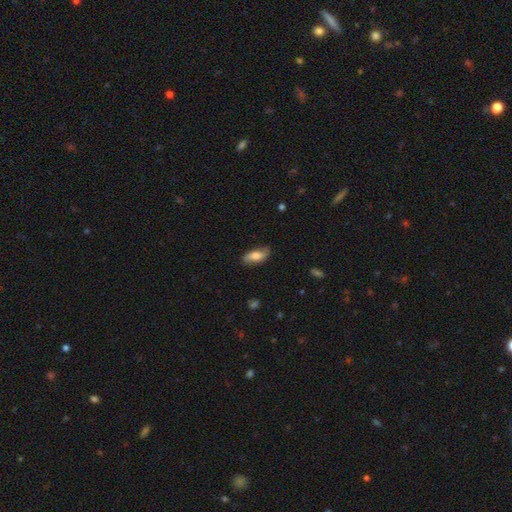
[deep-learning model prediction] This appears to be a smooth galaxy with no disk features (58%) that is in between round and cigar-shaped (79%). Merging: none (78%).